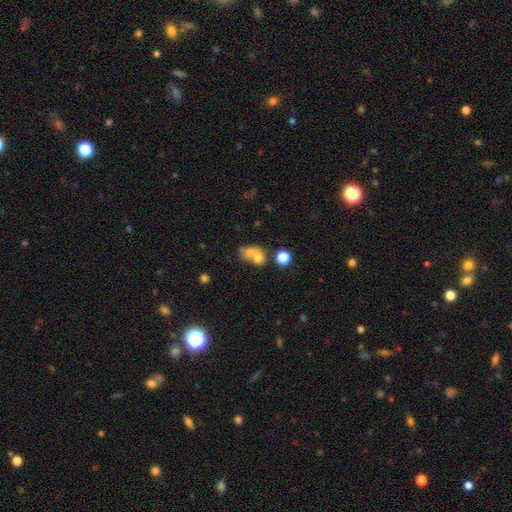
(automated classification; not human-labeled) Smooth or featured?
  - smooth: 67% *
  - featured or disk: 20%
  - star or artifact: 13%
How rounded?
  - round: 55% *
  - in between: 43%
  - cigar-shaped: 1%
Merging?
  - merger: 58% *
  - none: 25%
  - minor disturbance: 9%
  - major disturbance: 8%